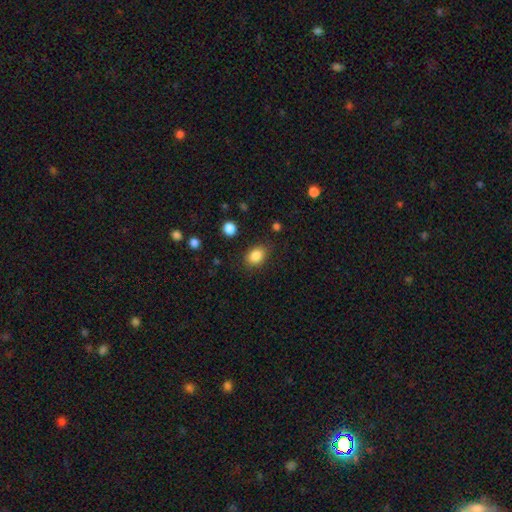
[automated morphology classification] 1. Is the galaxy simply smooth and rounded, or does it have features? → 86% smooth, 9% star or artifact, 5% featured or disk.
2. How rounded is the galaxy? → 66% in between, 32% round, 1% cigar-shaped.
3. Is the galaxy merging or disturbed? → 82% none, 13% minor disturbance, 4% major disturbance, 2% merger.